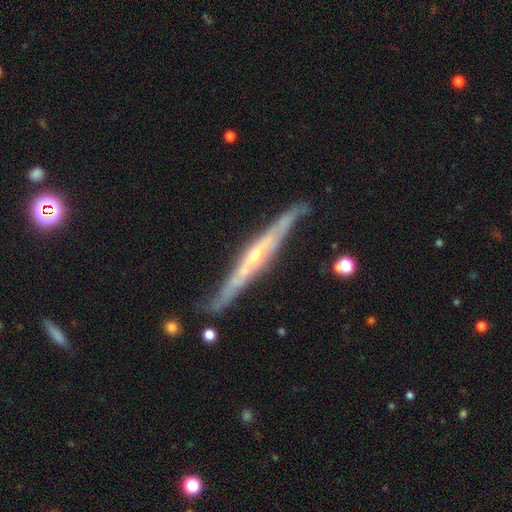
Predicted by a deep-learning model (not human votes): This is clearly a featured or disk galaxy (81%). It is clearly viewed edge-on (91%). Edge-on bulge: likely rounded (64%). Merging: likely none (75%).